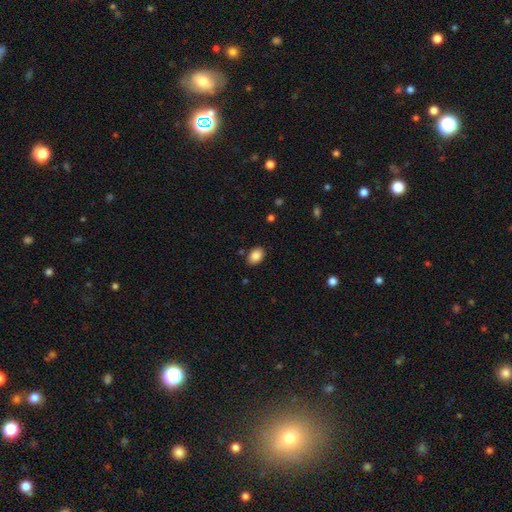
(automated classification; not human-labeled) The model was most divided on "how rounded": in between: 83%, round: 16%, cigar-shaped: 1%. More confident: smooth or featured — smooth (86%); merging — none (86%).